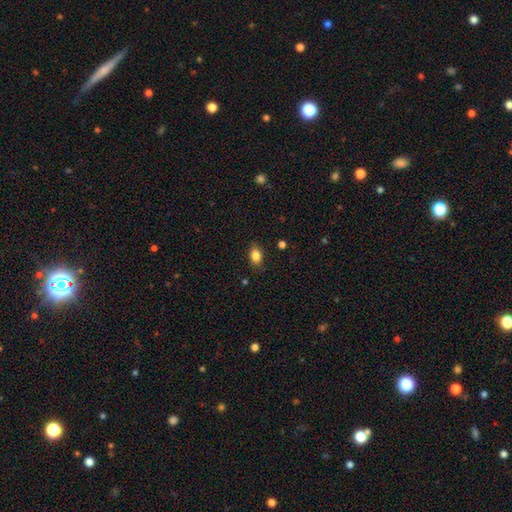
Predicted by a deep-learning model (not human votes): This appears to be a smooth galaxy with no disk features (83%) that is in between round and cigar-shaped (76%). Merging: none (83%).